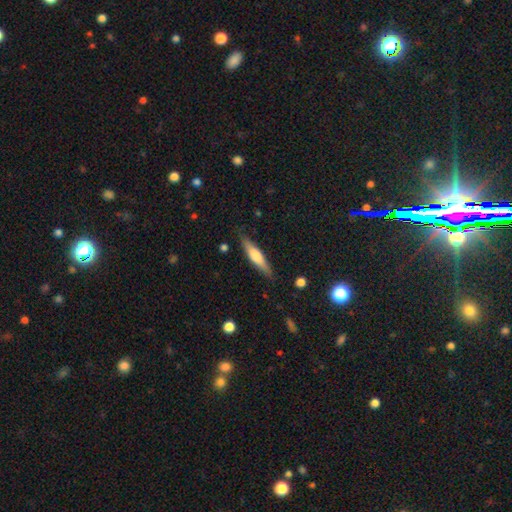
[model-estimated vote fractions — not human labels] Morphology: type=smooth (51%); roundness=cigar-shaped (81%); merging=none (84%).